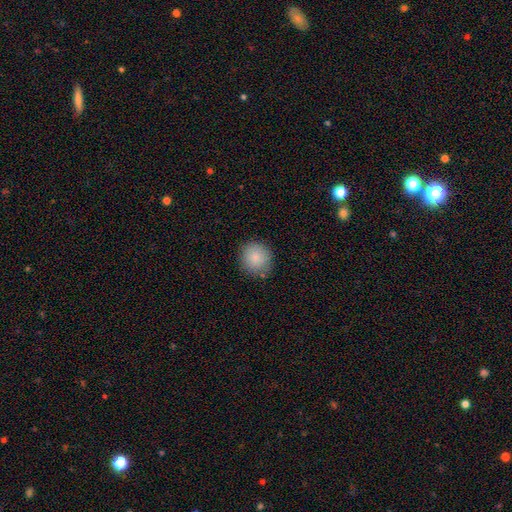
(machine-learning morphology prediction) Smooth or featured: smooth — 86% (star or artifact — 8%)
How rounded: round — 88% (in between — 11%)
Merging: none — 84% (minor disturbance — 12%)